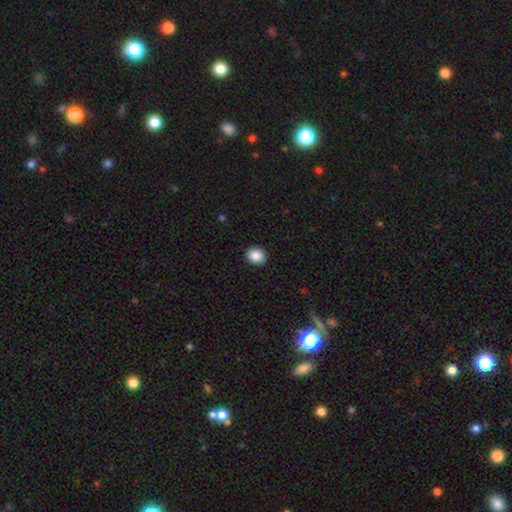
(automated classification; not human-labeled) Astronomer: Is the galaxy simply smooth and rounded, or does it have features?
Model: smooth — 88%.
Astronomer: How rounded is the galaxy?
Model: round — 68%.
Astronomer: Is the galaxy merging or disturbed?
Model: none — 91%.